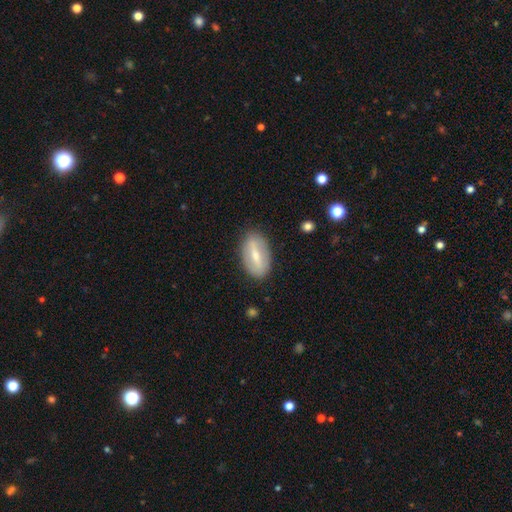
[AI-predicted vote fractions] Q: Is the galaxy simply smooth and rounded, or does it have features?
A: featured or disk — 47%, tied with smooth.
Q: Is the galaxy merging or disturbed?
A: none — 84%.